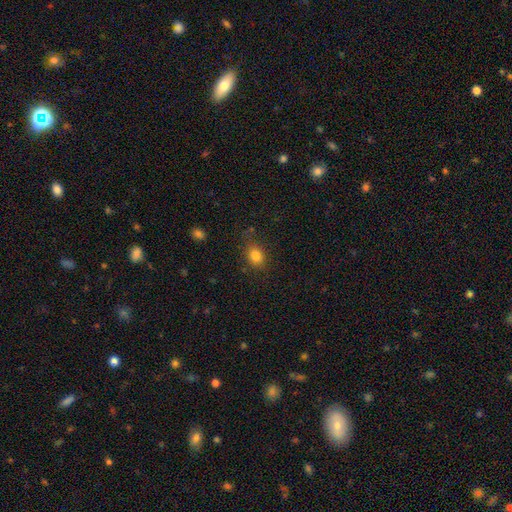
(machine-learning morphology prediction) Overall: smooth (81%). How rounded: in between (56%; round 42%). Merging: none (76%).